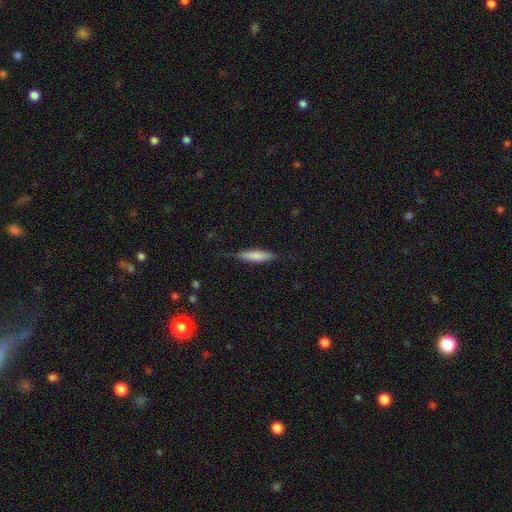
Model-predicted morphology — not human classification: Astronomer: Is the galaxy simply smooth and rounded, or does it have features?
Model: smooth — 72%.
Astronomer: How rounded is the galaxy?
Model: cigar-shaped — 73%.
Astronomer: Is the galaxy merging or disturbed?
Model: none — 74%.